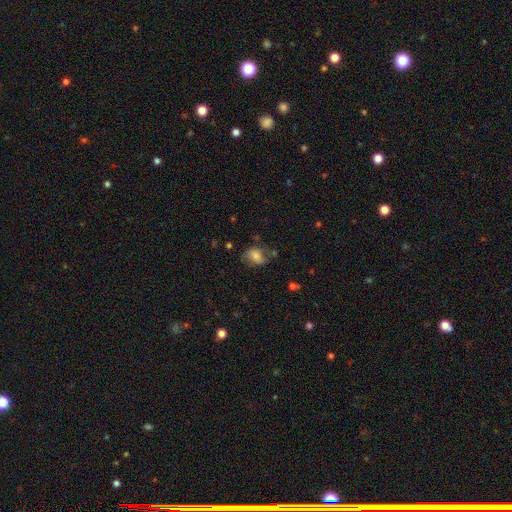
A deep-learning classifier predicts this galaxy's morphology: This is possibly a smooth galaxy (59%). How rounded: likely in between (67%). Merging: possibly none (59%).